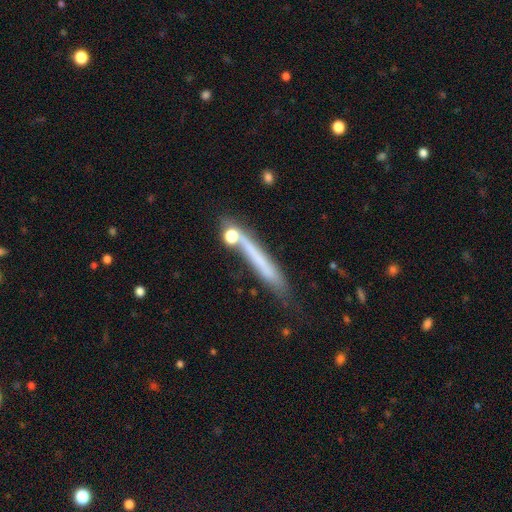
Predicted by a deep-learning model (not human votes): smooth_or_featured: smooth (p=0.52) [alt: featured or disk p=0.38]
how_rounded: cigar-shaped (p=0.94) [alt: in between p=0.04]
merging: none (p=0.65) [alt: minor disturbance p=0.19]